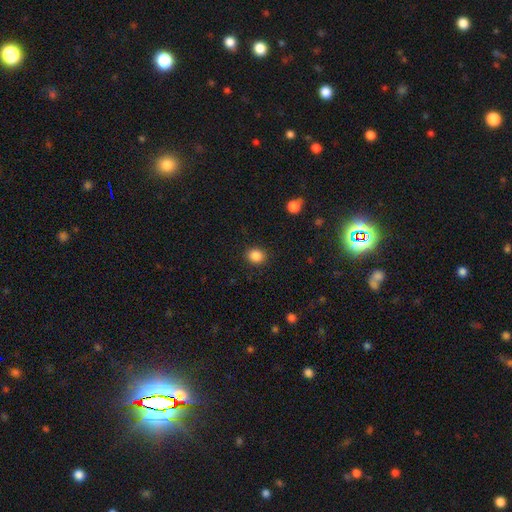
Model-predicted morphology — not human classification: The model was most divided on "how rounded": round: 65%, in between: 34%, cigar-shaped: 1%. More confident: merging — none (90%); smooth or featured — smooth (87%).